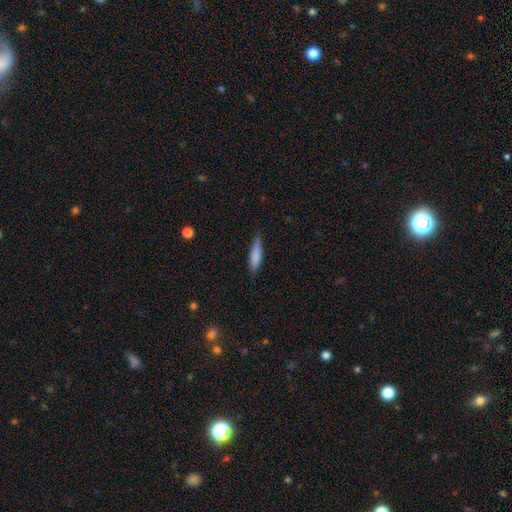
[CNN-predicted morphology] smooth 78%, featured or disk 16%, star or artifact 6%. Down the decision tree: how rounded — cigar-shaped (81%); merging — none (81%).